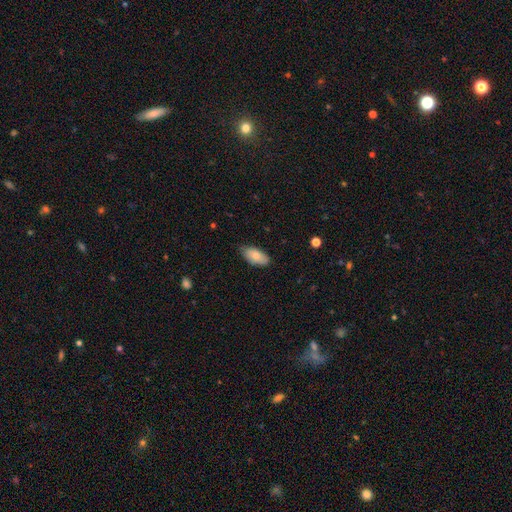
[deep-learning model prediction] Smooth or featured? smooth (79%)
How rounded? in between (92%)
Merging? none (76%)